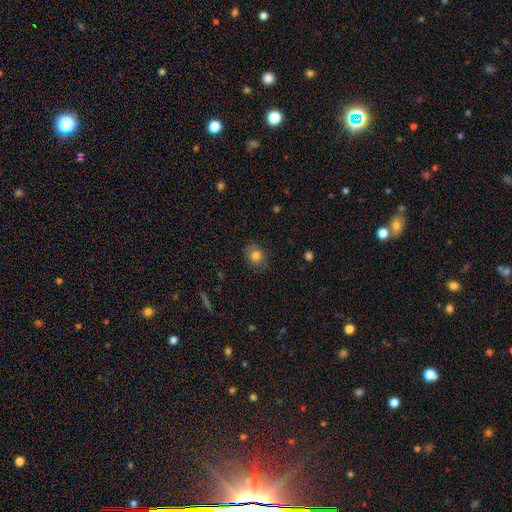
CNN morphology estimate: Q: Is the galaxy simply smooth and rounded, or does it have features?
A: smooth — 79%.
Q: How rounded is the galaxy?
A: round — 53%.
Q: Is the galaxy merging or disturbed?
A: none — 83%.